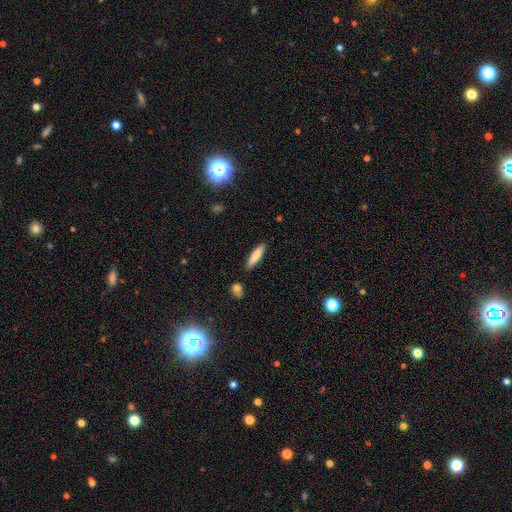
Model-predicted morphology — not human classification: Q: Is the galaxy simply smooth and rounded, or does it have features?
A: smooth — 81%.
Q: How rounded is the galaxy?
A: cigar-shaped — 81%.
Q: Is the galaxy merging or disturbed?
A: none — 86%.